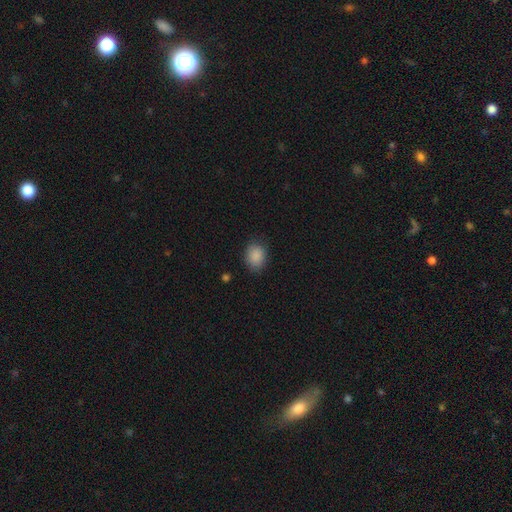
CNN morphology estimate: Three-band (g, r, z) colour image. It shows a smooth galaxy with no disk features (88%) that is in between round and cigar-shaped (57%). Merging: none (81%).